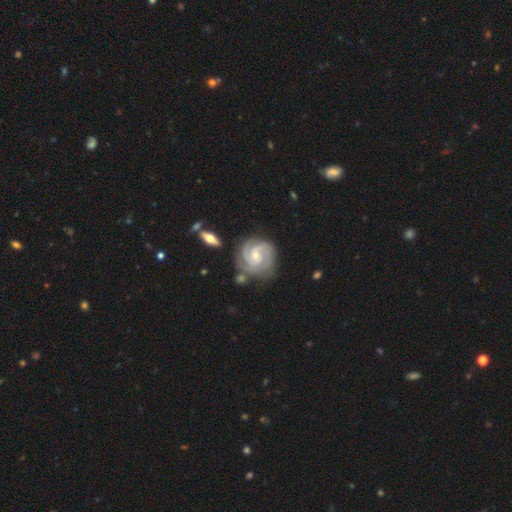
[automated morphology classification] Smooth or featured: featured or disk — 90% (smooth — 6%)
Edge-on disk: no — 98% (yes — 2%)
Bar: no — 59% (weak — 34%)
Spiral arms: yes — 98% (no — 2%)
Spiral winding: tight — 68% (medium — 28%)
Spiral arm count: 3 — 41% (2 — 33%)
Bulge size: small — 65% (moderate — 31%)
Merging: none — 68% (minor disturbance — 19%)